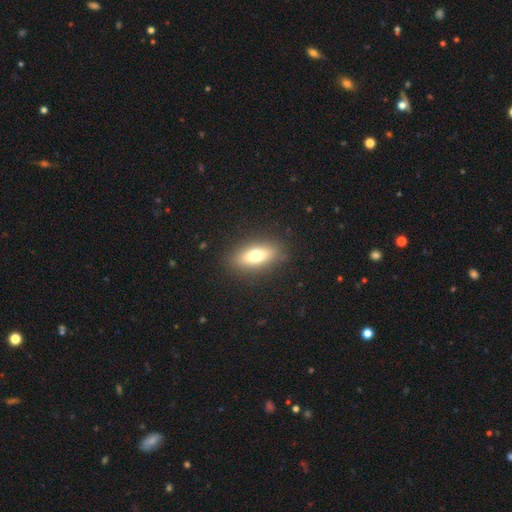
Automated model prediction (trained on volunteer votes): Smooth or featured: smooth — 70% (featured or disk — 21%)
How rounded: in between — 76% (cigar-shaped — 19%)
Merging: none — 87% (minor disturbance — 9%)